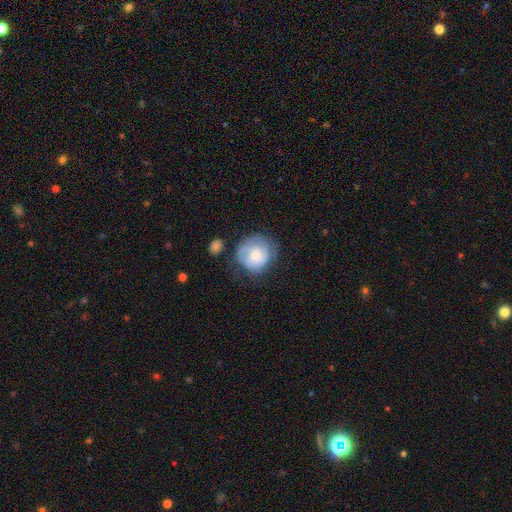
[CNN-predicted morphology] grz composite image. It shows a featured or disk galaxy (60%) with no bar (74%), tight (55%) spiral arms (86%) and a small central bulge (46%). Merging: none (63%).